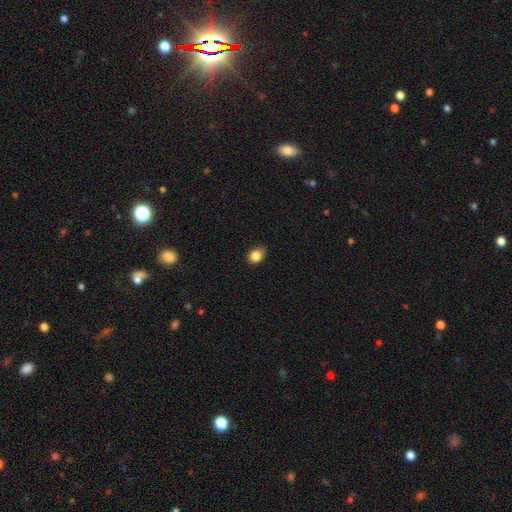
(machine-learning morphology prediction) smooth 85%, star or artifact 10%, featured or disk 5%. Down the decision tree: how rounded — in between (50%); merging — none (75%).